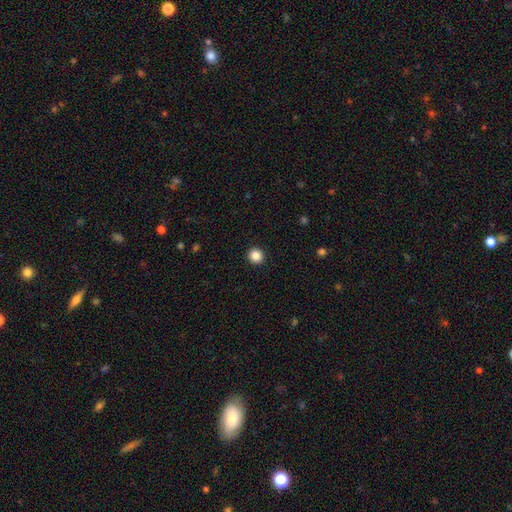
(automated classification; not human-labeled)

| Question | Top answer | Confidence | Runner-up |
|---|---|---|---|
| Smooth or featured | smooth | 86% | star or artifact (10%) |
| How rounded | round | 91% | in between (8%) |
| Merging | none | 93% | minor disturbance (4%) |